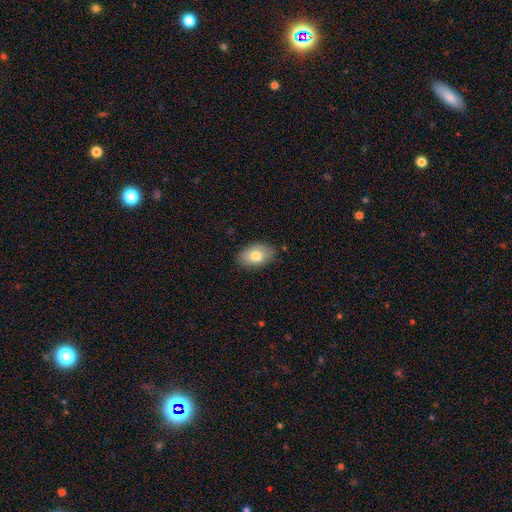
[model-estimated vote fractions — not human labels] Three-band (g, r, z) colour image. It shows a smooth galaxy with no disk features (81%) that is in between round and cigar-shaped (91%). Merging: none (83%).